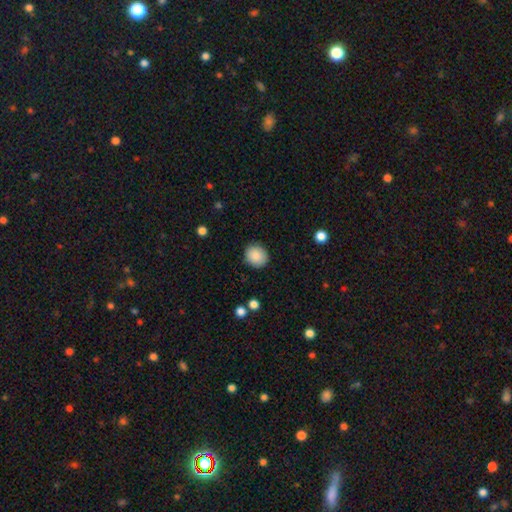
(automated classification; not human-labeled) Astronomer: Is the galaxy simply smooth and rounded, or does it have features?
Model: smooth — 86%.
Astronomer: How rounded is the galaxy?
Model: round — 82%.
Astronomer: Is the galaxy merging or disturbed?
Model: none — 88%.